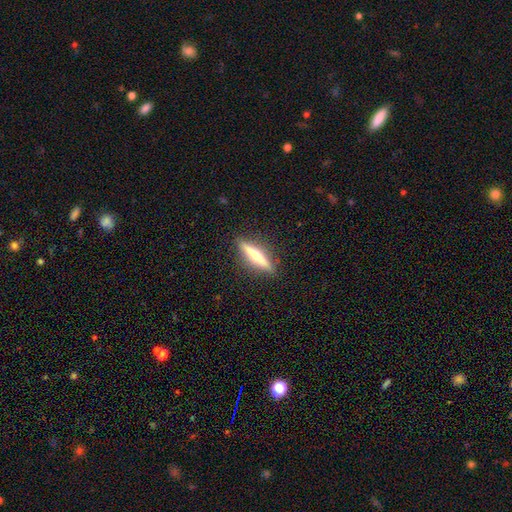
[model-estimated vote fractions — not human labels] Smooth or featured? featured or disk (55%)
Edge-on disk? yes (96%)
Edge-on bulge? rounded (72%)
Merging? none (90%)